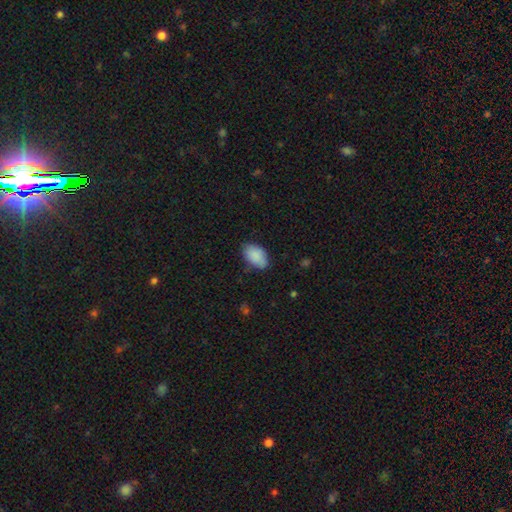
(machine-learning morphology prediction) smooth_or_featured: smooth (p=0.88) [alt: star or artifact p=0.07]
how_rounded: in between (p=0.92) [alt: round p=0.07]
merging: none (p=0.74) [alt: minor disturbance p=0.21]